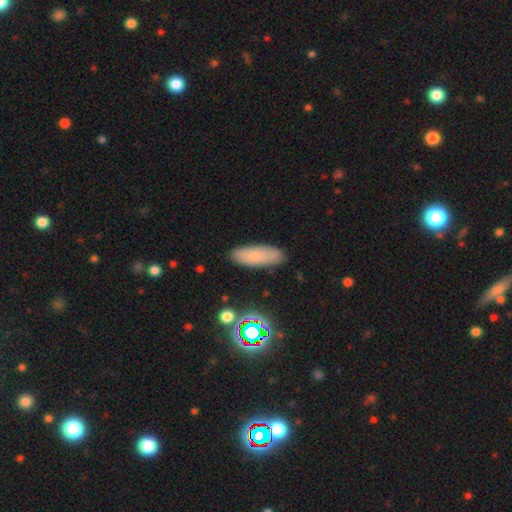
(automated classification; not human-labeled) smooth 77%, featured or disk 12%, star or artifact 11%. Down the decision tree: how rounded — in between (62%); merging — none (85%).